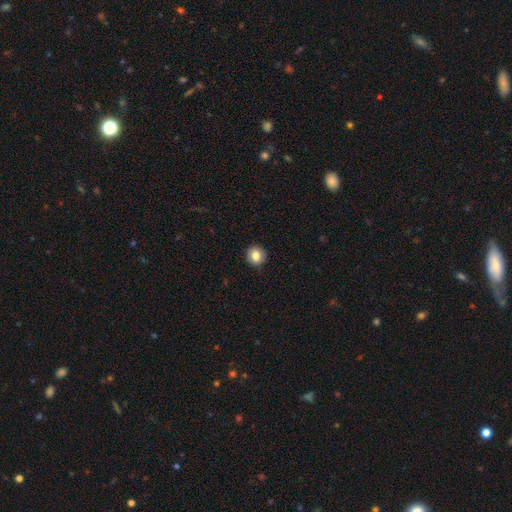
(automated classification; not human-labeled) Morphology: type=smooth (82%); roundness=round (89%); merging=none (90%).